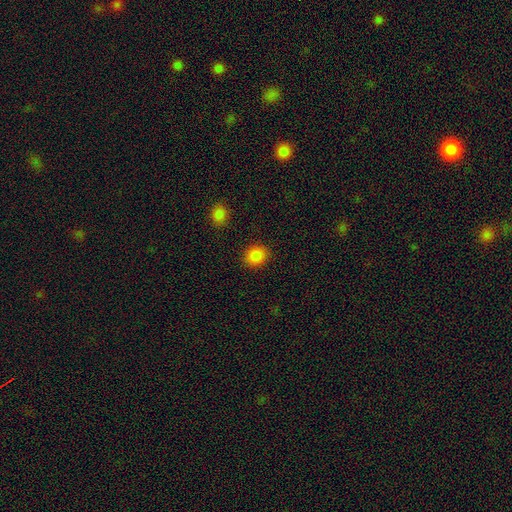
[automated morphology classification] smooth_or_featured: smooth (p=0.86) [alt: star or artifact p=0.09]
how_rounded: round (p=0.67) [alt: in between p=0.32]
merging: none (p=0.89) [alt: minor disturbance p=0.07]